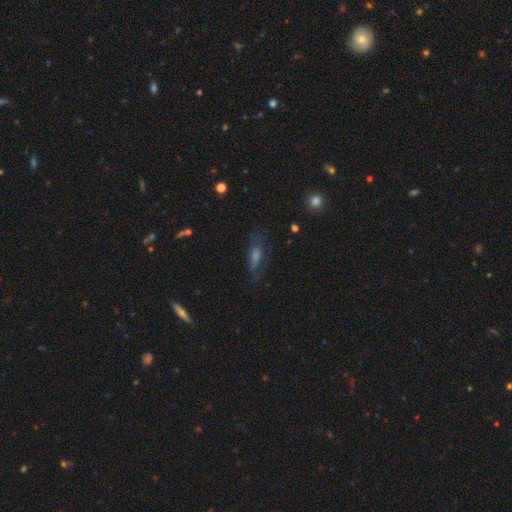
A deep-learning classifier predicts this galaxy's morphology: Overall: featured or disk (43%; smooth 38%). Merging: none (66%).